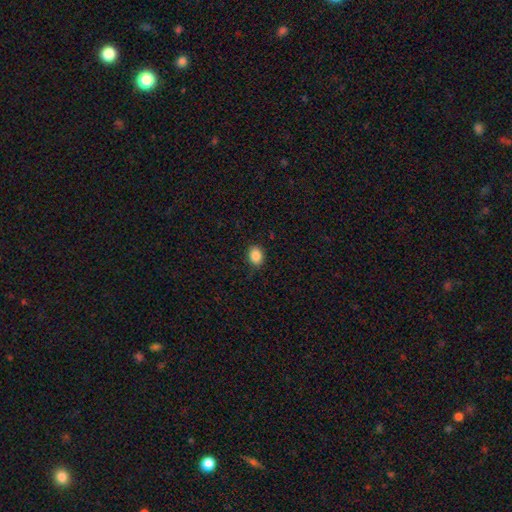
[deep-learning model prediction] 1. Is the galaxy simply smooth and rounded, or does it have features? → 87% smooth, 9% star or artifact, 4% featured or disk.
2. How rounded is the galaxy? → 54% in between, 45% round, 1% cigar-shaped.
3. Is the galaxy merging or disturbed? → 87% none, 10% minor disturbance, 2% major disturbance, 1% merger.